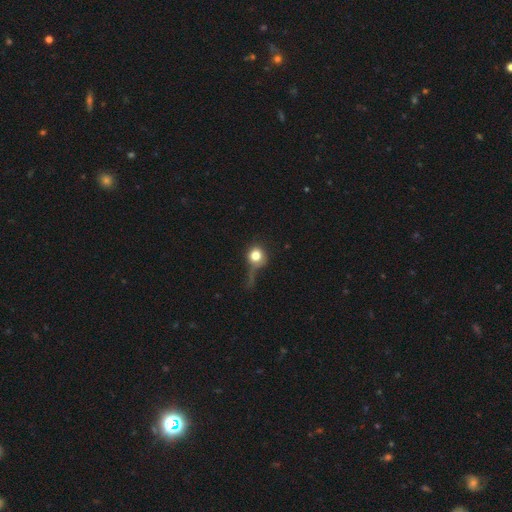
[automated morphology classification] Smooth or featured? Predicted: smooth (p=0.74). How rounded? Predicted: round (p=0.84). Merging? Predicted: none (p=0.37).